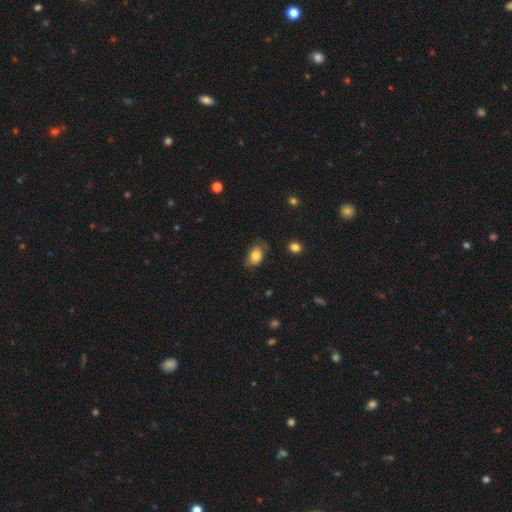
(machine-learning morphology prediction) This is likely a smooth galaxy (79%). How rounded: clearly in between (80%). Merging: likely none (61%).